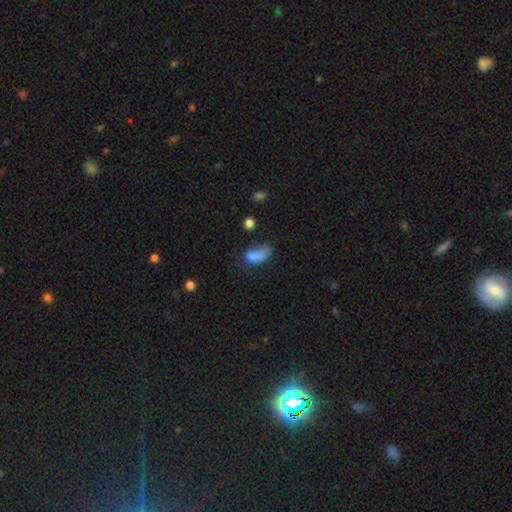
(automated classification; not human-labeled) Q: Smooth or featured?
A: smooth (77%); runner-up: star or artifact (11%)
Q: How rounded?
A: in between (83%); runner-up: cigar-shaped (12%)
Q: Merging?
A: none (33%); runner-up: minor disturbance (29%)